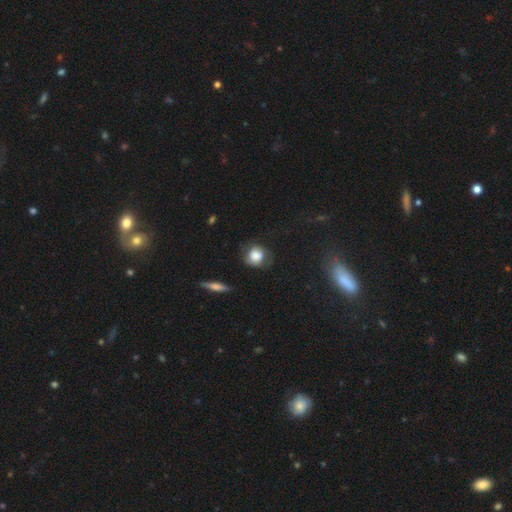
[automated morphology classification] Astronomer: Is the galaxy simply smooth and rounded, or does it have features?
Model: smooth — 69%.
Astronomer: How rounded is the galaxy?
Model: round — 75%.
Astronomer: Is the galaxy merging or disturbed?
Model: none — 57%.